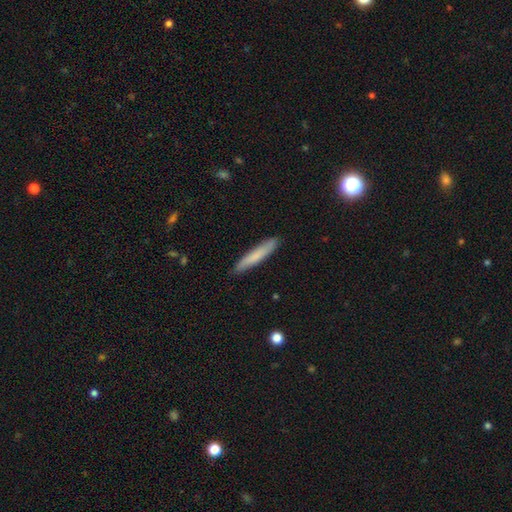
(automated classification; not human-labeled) smooth 74%, featured or disk 20%, star or artifact 6%. Down the decision tree: how rounded — cigar-shaped (93%); merging — none (89%).